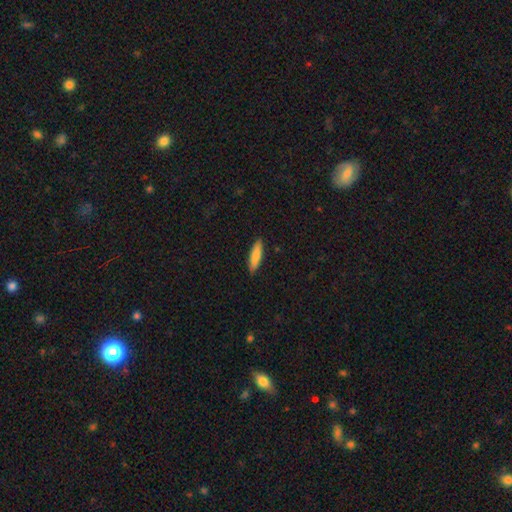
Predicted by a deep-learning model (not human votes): Smooth or featured? smooth (85%)
How rounded? cigar-shaped (70%)
Merging? none (89%)